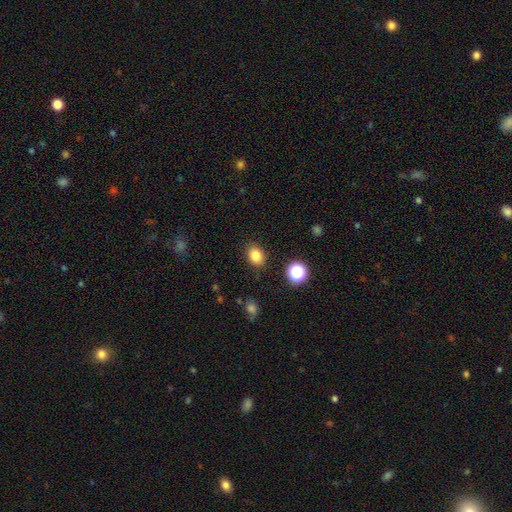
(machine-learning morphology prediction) Smooth or featured?
  - smooth: 83% *
  - star or artifact: 12%
  - featured or disk: 5%
How rounded?
  - in between: 60% *
  - round: 39%
  - cigar-shaped: 1%
Merging?
  - none: 86% *
  - minor disturbance: 9%
  - major disturbance: 3%
  - merger: 2%